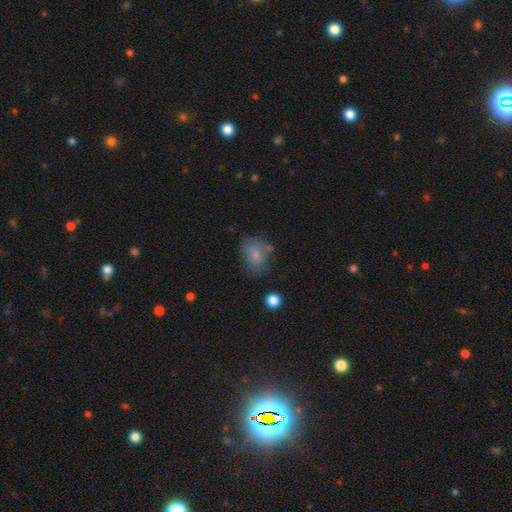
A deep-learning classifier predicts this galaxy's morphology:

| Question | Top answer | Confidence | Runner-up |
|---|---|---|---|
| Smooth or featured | smooth | 69% | featured or disk (21%) |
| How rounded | in between | 54% | round (45%) |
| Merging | none | 46% | minor disturbance (28%) |